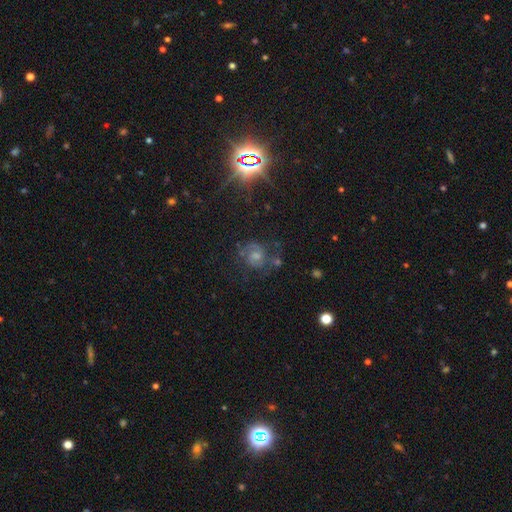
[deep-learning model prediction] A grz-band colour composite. It shows a featured or disk galaxy (45%). Merging: none (66%).